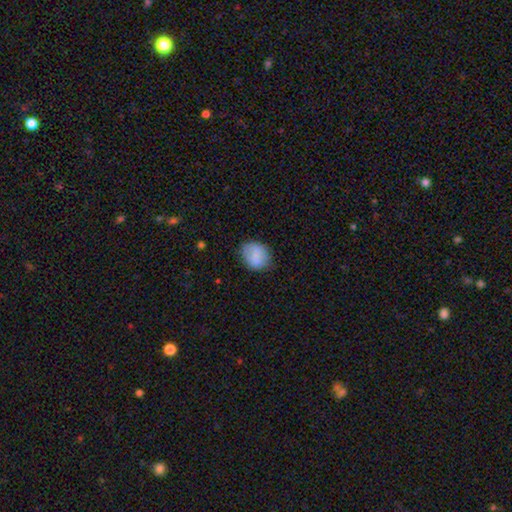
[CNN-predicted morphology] type=smooth (81%); roundness=round (62%); merging=none (73%).